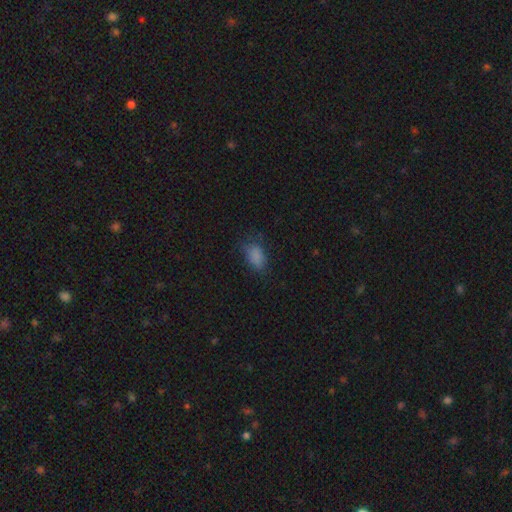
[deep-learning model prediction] Smooth or featured? smooth (81%)
How rounded? in between (89%)
Merging? none (61%)